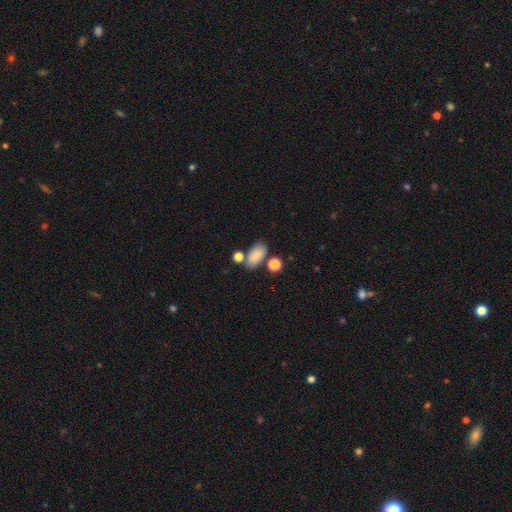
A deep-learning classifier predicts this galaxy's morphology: Overall: smooth (84%). How rounded: in between (91%). Merging: none (67%).